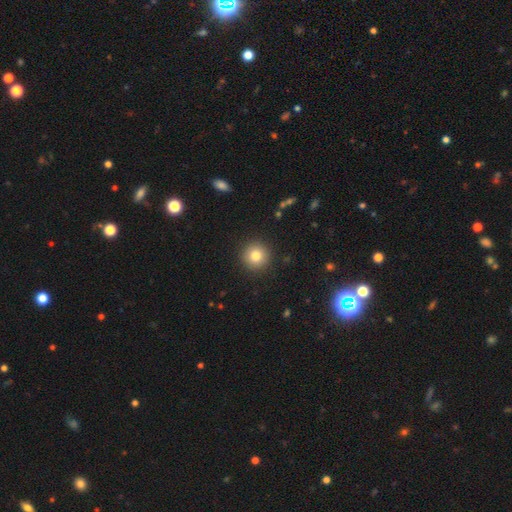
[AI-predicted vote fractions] Smooth or featured? Predicted: smooth (p=0.81). How rounded? Predicted: round (p=0.95). Merging? Predicted: none (p=0.92).